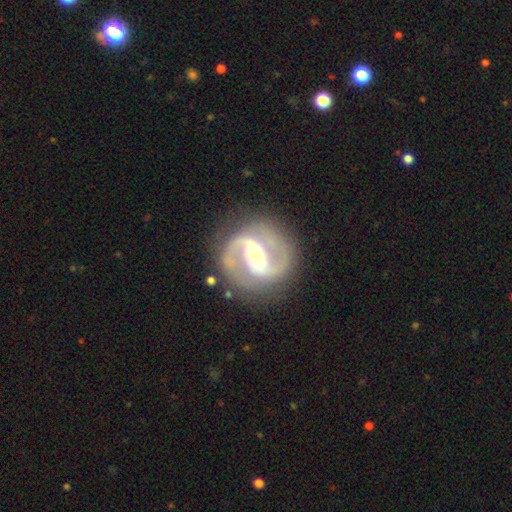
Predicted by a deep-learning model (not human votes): Smooth or featured?
  - featured or disk: 90% *
  - smooth: 5%
  - star or artifact: 5%
Edge-on disk?
  - no: 98% *
  - yes: 2%
Bar?
  - strong: 47% *
  - weak: 36%
  - no: 17%
Spiral arms?
  - yes: 97% *
  - no: 3%
Spiral winding?
  - medium: 59% *
  - tight: 25%
  - loose: 16%
Spiral arm count?
  - 2: 93% *
  - can't tell: 2%
  - 3: 2%
  - 1: 1%
  - 4: 1%
  - more than 4: 1%
Bulge size?
  - moderate: 56% *
  - small: 35%
  - large: 6%
  - dominant: 1%
  - none: 1%
Merging?
  - none: 84% *
  - minor disturbance: 10%
  - major disturbance: 5%
  - merger: 2%